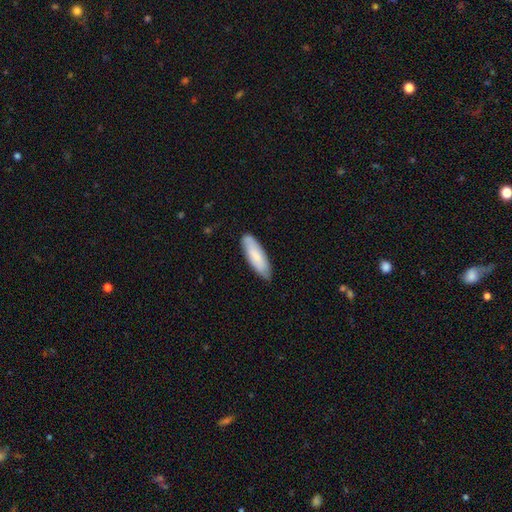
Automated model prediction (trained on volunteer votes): Q: Smooth or featured?
A: smooth (78%); runner-up: featured or disk (16%)
Q: How rounded?
A: in between (52%); runner-up: cigar-shaped (47%)
Q: Merging?
A: none (81%); runner-up: minor disturbance (15%)